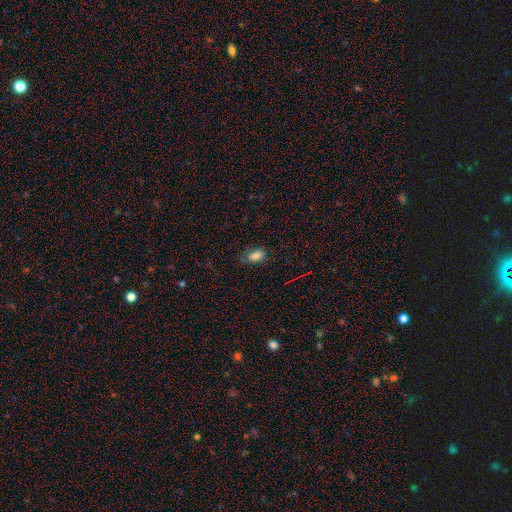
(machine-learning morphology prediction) Overall: smooth (79%). How rounded: in between (88%). Merging: none (67%).